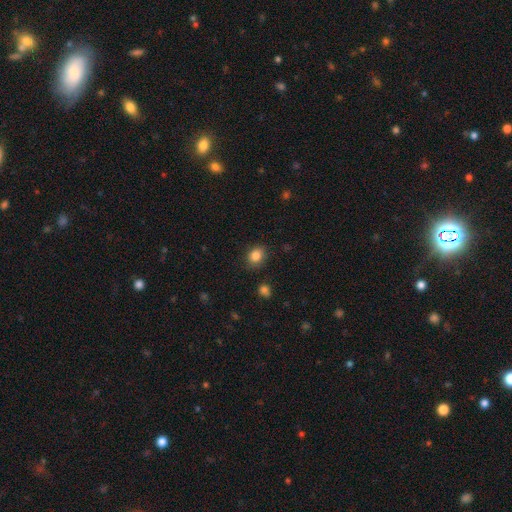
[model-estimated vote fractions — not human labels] This appears to be a smooth galaxy with no disk features (85%) that is round (55%). Merging: none (84%).